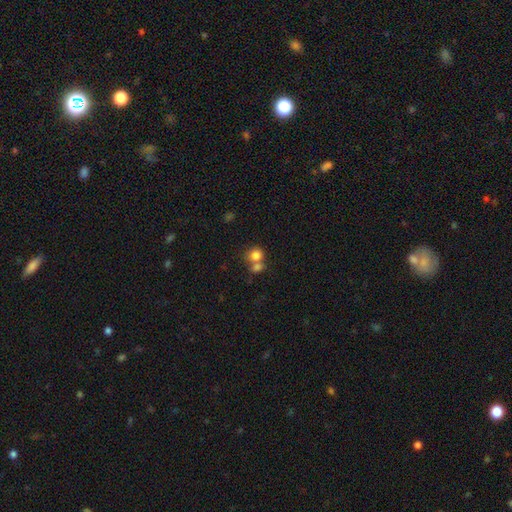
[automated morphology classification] A smooth galaxy with no disk features (80%) that is round (78%). Merging: merger (48%).